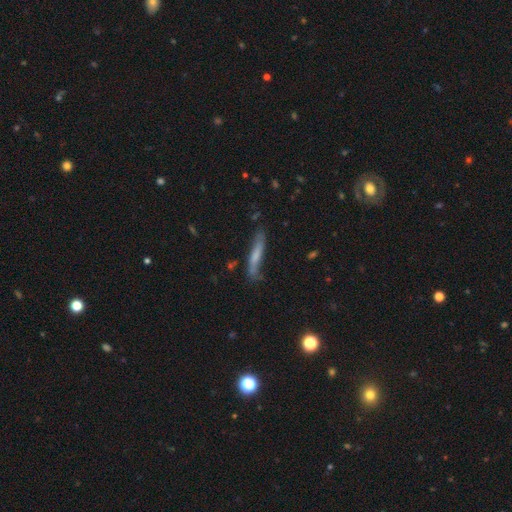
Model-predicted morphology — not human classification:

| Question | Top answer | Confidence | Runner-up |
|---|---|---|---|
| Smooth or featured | smooth | 56% | featured or disk (37%) |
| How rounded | cigar-shaped | 91% | in between (8%) |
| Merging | none | 66% | minor disturbance (24%) |